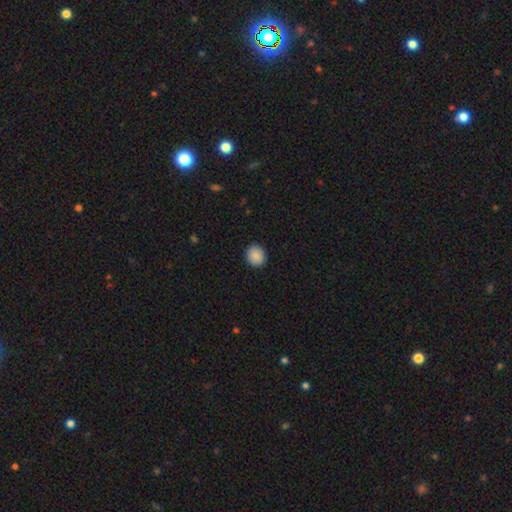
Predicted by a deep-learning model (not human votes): Overall: smooth (90%). How rounded: round (80%). Merging: none (91%).